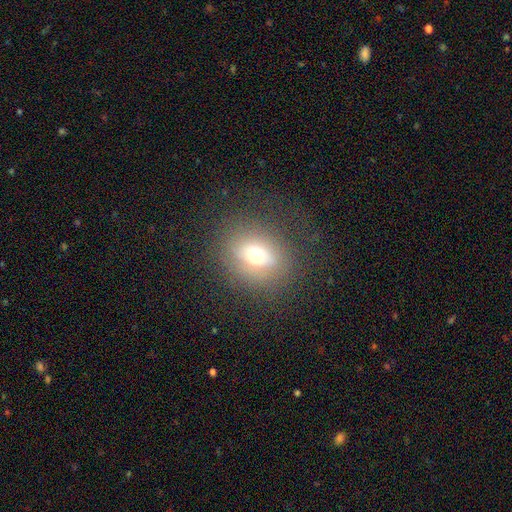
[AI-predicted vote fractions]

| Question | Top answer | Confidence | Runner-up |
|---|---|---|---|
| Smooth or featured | smooth | 64% | featured or disk (21%) |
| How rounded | round | 62% | in between (37%) |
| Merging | none | 76% | minor disturbance (14%) |